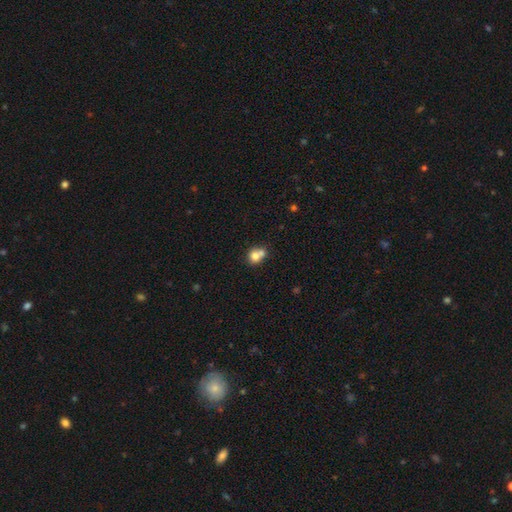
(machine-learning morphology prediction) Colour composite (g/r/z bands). It shows a smooth galaxy with no disk features (76%) that is round (74%). Merging: merger (53%).